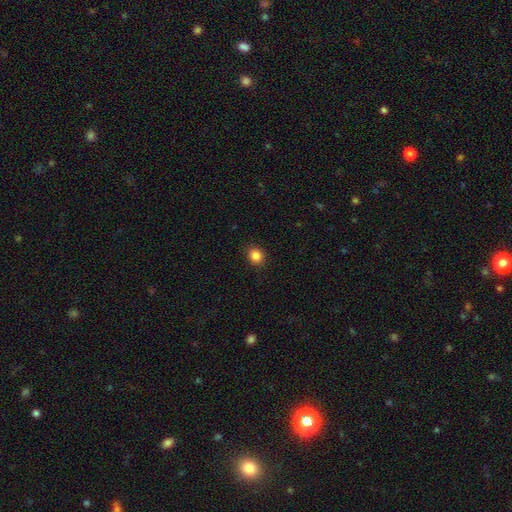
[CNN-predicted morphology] The model was most divided on "how rounded": round: 73%, in between: 26%, cigar-shaped: 1%. More confident: merging — none (90%); smooth or featured — smooth (85%).